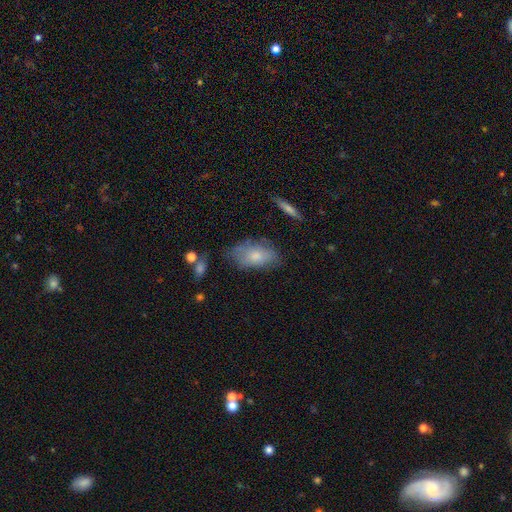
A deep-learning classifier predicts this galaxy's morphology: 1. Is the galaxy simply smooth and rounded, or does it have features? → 72% smooth, 21% featured or disk, 7% star or artifact.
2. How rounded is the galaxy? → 92% in between, 5% round, 3% cigar-shaped.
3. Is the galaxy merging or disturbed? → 61% none, 28% minor disturbance, 8% major disturbance, 3% merger.